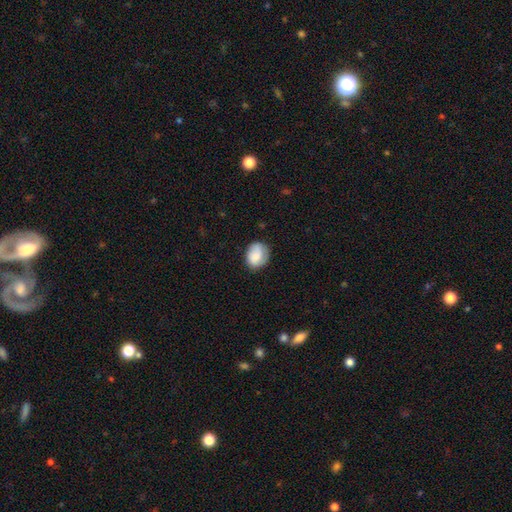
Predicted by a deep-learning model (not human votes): Q: Smooth or featured?
A: smooth (72%); runner-up: featured or disk (20%)
Q: How rounded?
A: round (55%); runner-up: in between (44%)
Q: Merging?
A: none (70%); runner-up: minor disturbance (23%)